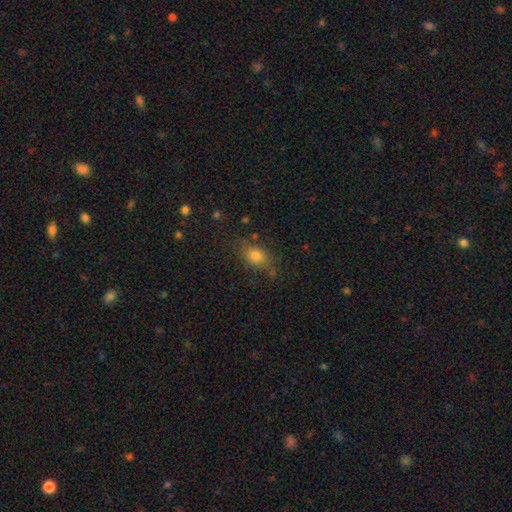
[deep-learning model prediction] The model was most divided on "how rounded": in between: 65%, round: 33%, cigar-shaped: 3%. More confident: smooth or featured — smooth (78%); merging — none (72%).